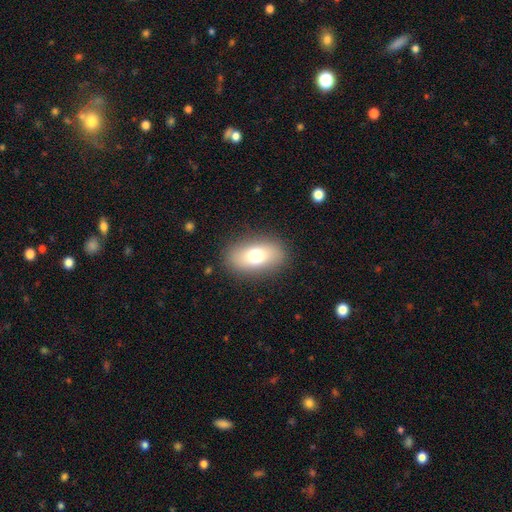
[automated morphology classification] Smooth or featured?
  - smooth: 73% *
  - featured or disk: 18%
  - star or artifact: 9%
How rounded?
  - in between: 88% *
  - round: 9%
  - cigar-shaped: 3%
Merging?
  - none: 86% *
  - minor disturbance: 10%
  - major disturbance: 4%
  - merger: 1%